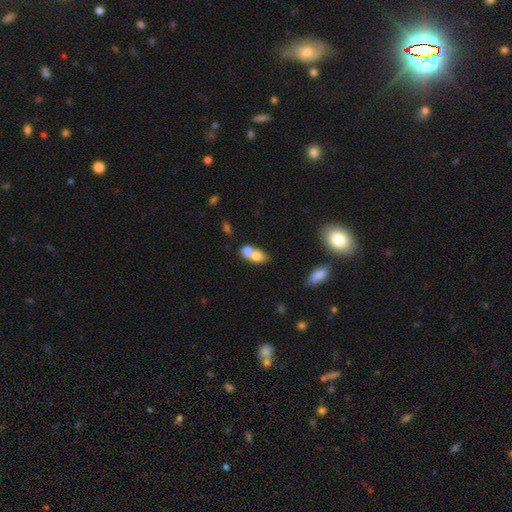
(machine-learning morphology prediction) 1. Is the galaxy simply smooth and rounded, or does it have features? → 71% smooth, 20% featured or disk, 9% star or artifact.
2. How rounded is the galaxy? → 67% in between, 29% round, 4% cigar-shaped.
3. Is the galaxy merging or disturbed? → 67% merger, 22% none, 7% minor disturbance, 4% major disturbance.